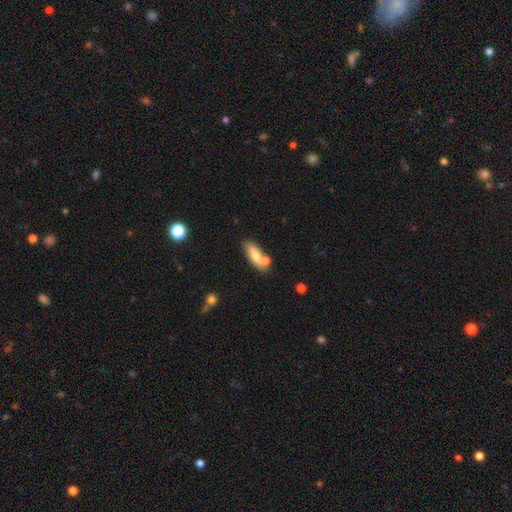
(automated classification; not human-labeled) This appears to be a smooth galaxy with no disk features (70%) that is in between round and cigar-shaped (64%). Merging: none (58%).